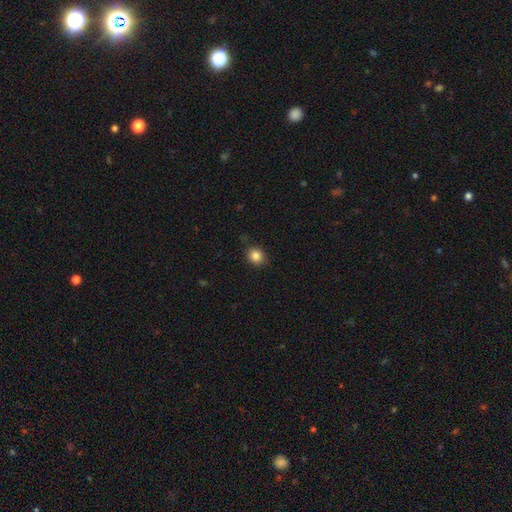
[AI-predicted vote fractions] Smooth or featured? smooth (84%)
How rounded? round (76%)
Merging? none (85%)